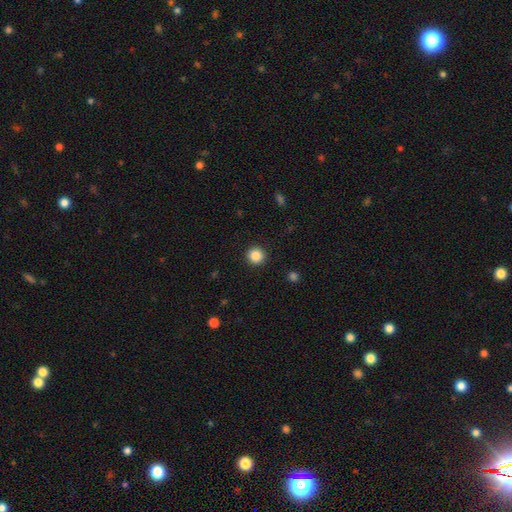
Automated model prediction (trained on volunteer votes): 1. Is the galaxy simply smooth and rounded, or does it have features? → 87% smooth, 10% star or artifact, 3% featured or disk.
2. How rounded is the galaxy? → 94% round, 5% in between, 1% cigar-shaped.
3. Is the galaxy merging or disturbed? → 93% none, 5% minor disturbance, 2% major disturbance, 1% merger.